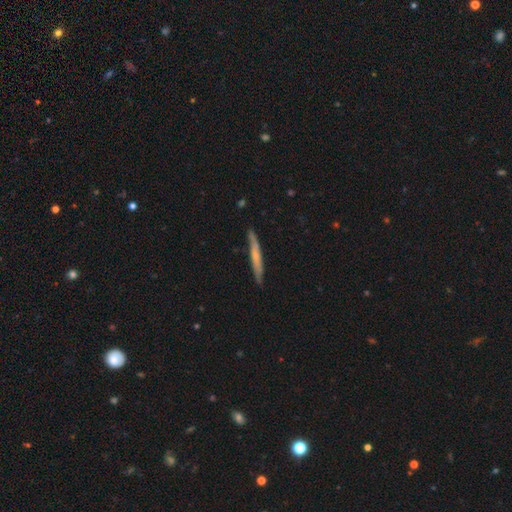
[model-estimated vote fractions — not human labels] smooth-or-featured: featured or disk: 50% | smooth: 44% | star or artifact: 6%
  merging: none: 85% | minor disturbance: 12% | major disturbance: 2% | merger: 1%